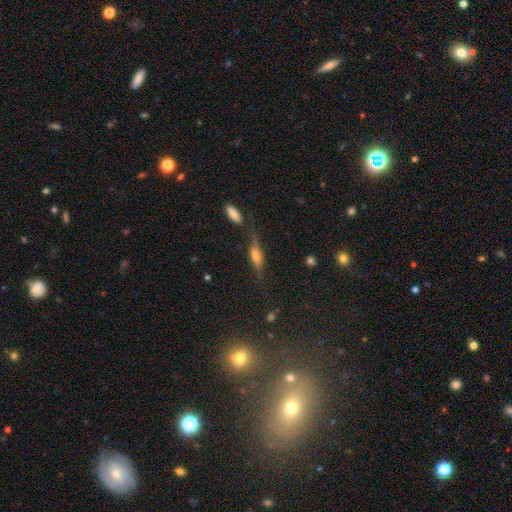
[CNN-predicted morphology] Overall: featured or disk (53%; smooth 34%). Edge-on disk: yes (88%). Merging: none (67%).